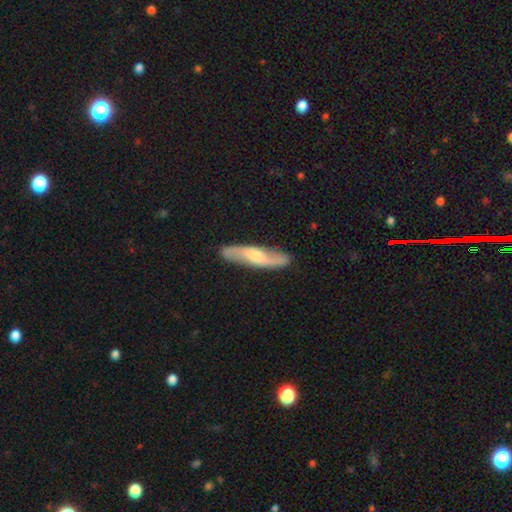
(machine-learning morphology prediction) This appears to be a featured or disk galaxy (70%) with a weak bar (45%), spiral arms (93%) and a moderate central bulge (53%). Merging: none (86%).